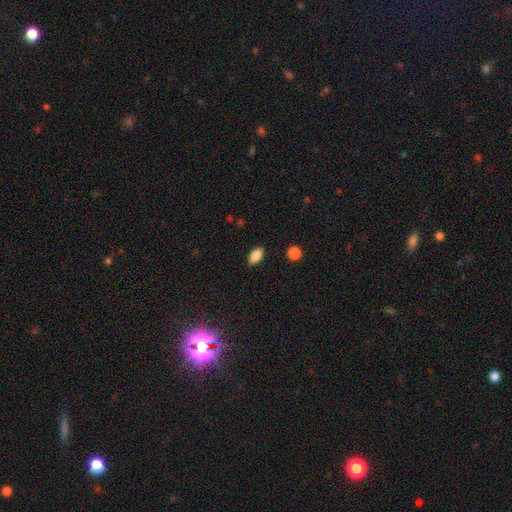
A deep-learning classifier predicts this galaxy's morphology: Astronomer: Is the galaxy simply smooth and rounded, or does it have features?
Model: smooth — 84%.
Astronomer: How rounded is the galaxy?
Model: in between — 90%.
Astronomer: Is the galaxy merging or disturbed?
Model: none — 87%.